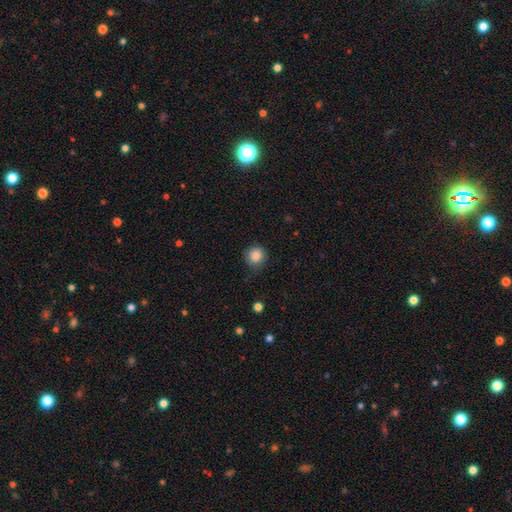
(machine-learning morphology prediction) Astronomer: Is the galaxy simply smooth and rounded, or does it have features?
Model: smooth — 86%.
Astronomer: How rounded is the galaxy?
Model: round — 89%.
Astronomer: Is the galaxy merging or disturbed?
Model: none — 79%.